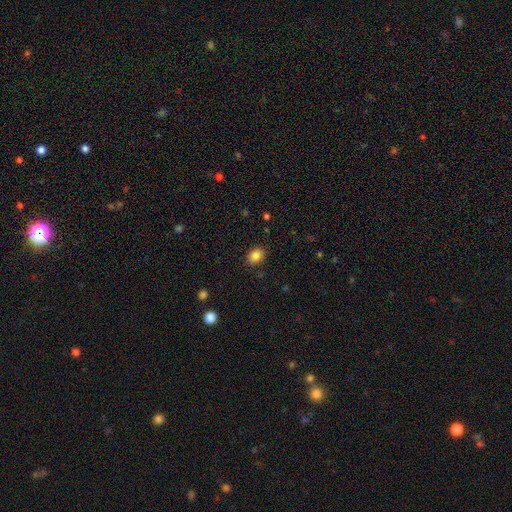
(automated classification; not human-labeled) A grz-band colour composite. It shows a smooth galaxy with no disk features (85%) that is in between round and cigar-shaped (65%). Merging: none (87%).